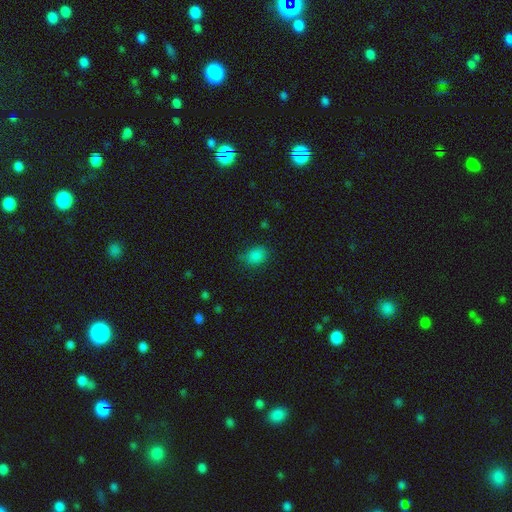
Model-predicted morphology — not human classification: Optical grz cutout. It shows a smooth galaxy with no disk features (84%) that is in between round and cigar-shaped (59%). Merging: none (75%).